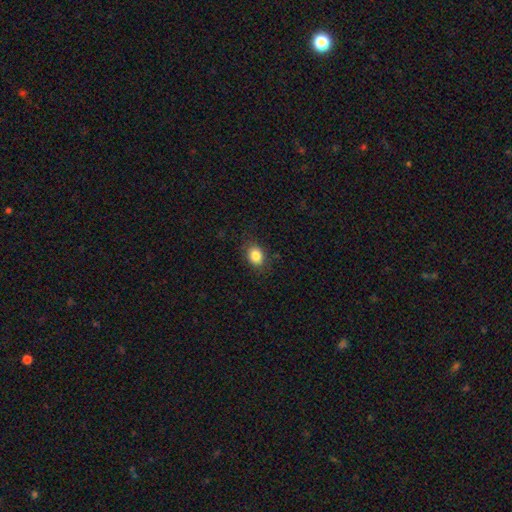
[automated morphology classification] Smooth or featured? Predicted: smooth (p=0.85). How rounded? Predicted: in between (p=0.61). Merging? Predicted: none (p=0.83).